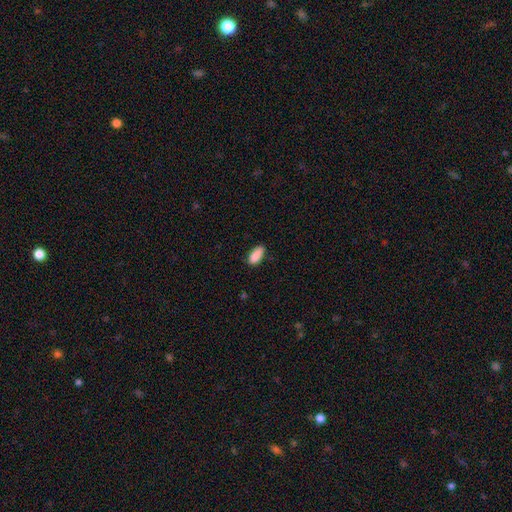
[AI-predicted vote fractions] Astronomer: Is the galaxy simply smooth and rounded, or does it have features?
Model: smooth — 89%.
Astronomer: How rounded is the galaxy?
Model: in between — 85%.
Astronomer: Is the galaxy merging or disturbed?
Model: none — 77%.